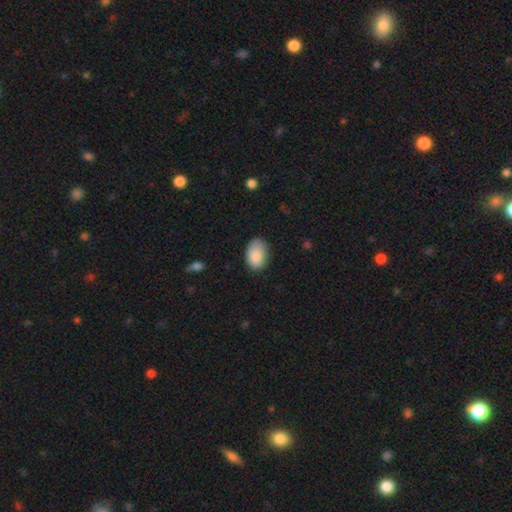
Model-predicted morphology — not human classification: Smooth or featured?
  - smooth: 87% *
  - star or artifact: 7%
  - featured or disk: 6%
How rounded?
  - in between: 89% *
  - round: 10%
  - cigar-shaped: 1%
Merging?
  - none: 73% *
  - minor disturbance: 22%
  - major disturbance: 4%
  - merger: 1%